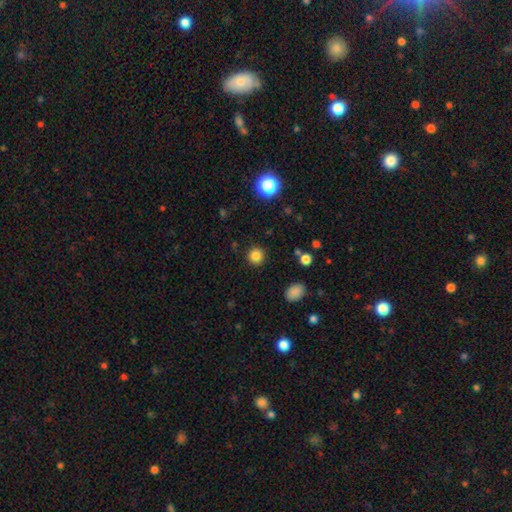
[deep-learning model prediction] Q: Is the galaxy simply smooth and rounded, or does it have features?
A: smooth — 83%.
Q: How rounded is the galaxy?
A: round — 93%.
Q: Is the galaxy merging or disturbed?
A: none — 90%.